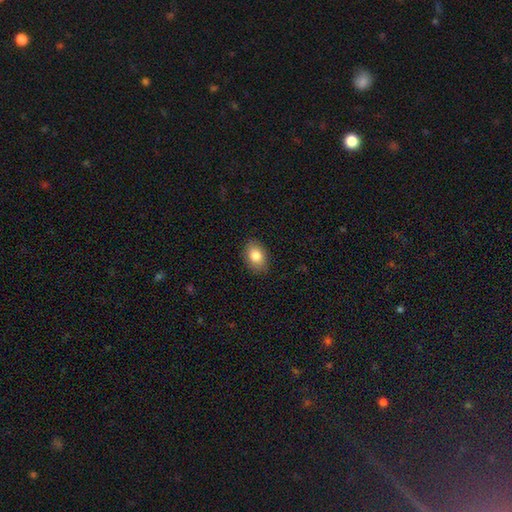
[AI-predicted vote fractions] Overall: smooth (83%). How rounded: in between (82%). Merging: none (87%).